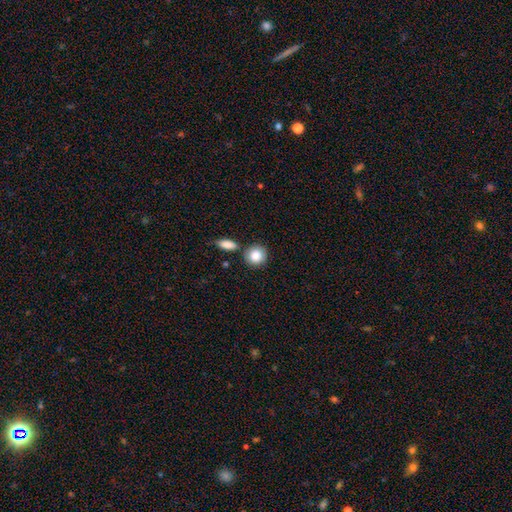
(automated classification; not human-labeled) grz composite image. It shows a smooth galaxy with no disk features (87%) that is round (86%). Merging: none (76%).